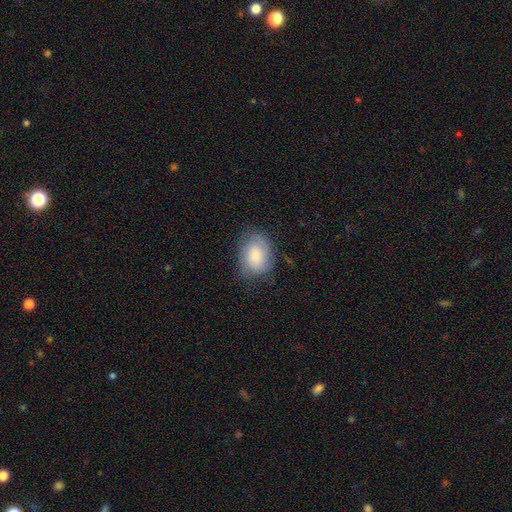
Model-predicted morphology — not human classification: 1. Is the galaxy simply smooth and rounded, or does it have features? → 72% smooth, 20% featured or disk, 7% star or artifact.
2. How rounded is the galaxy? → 68% in between, 31% round, 1% cigar-shaped.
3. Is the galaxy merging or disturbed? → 67% none, 24% minor disturbance, 8% major disturbance, 1% merger.